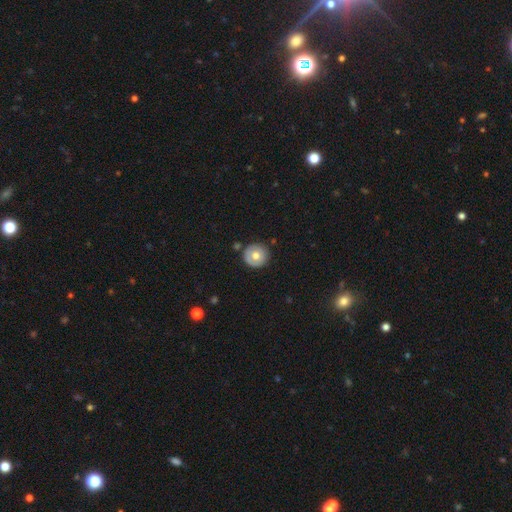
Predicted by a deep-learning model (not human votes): smooth 65%, featured or disk 28%, star or artifact 7%. Down the decision tree: how rounded — round (95%); merging — none (85%).